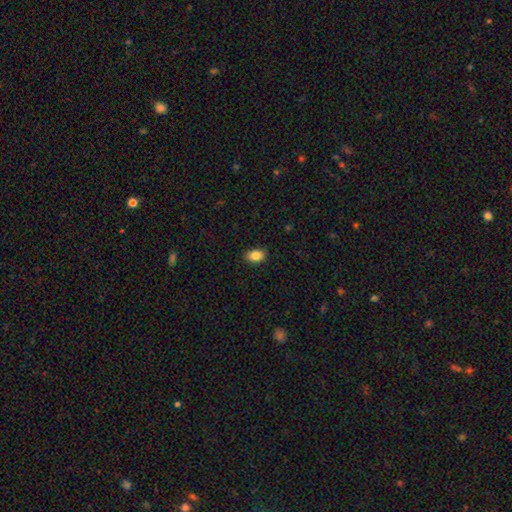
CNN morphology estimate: smooth-or-featured: smooth: 86% | star or artifact: 9% | featured or disk: 5%
  how-rounded: in between: 83% | round: 15% | cigar-shaped: 1%
  merging: none: 89% | minor disturbance: 8% | major disturbance: 2% | merger: 1%